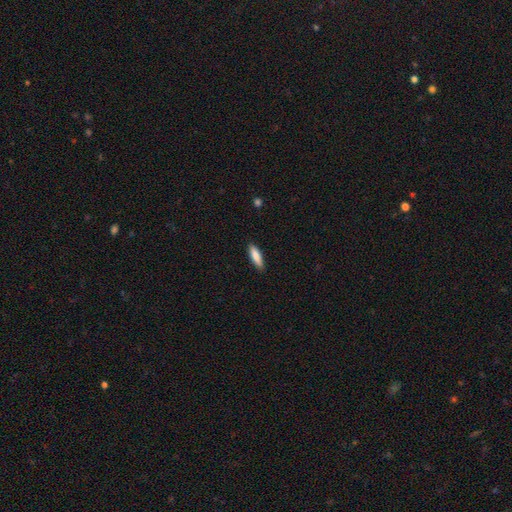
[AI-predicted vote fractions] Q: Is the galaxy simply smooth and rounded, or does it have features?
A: smooth — 84%.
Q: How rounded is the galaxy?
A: cigar-shaped — 65%.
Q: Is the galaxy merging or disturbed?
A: none — 89%.